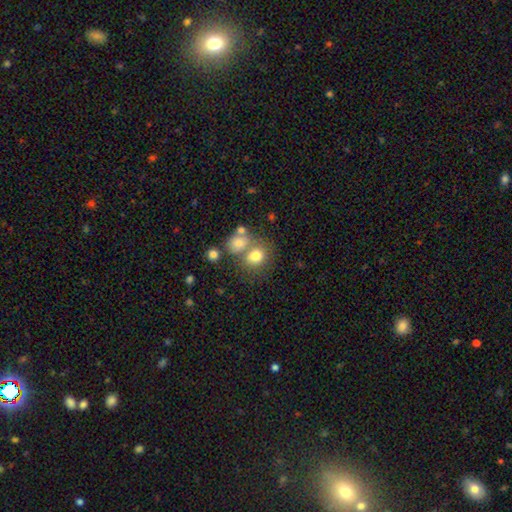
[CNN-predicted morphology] This appears to be a smooth galaxy with no disk features (74%) that is round (62%). Merging: none (48%).